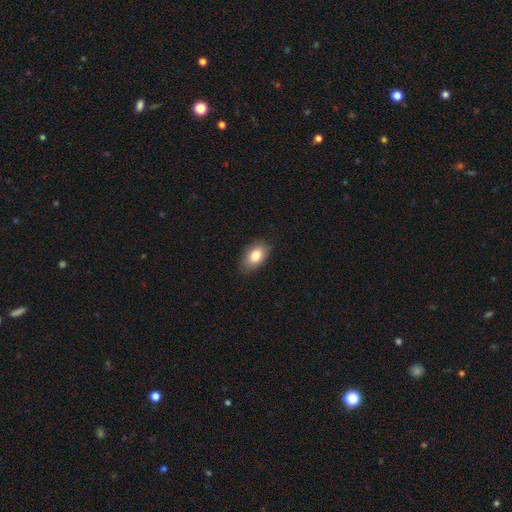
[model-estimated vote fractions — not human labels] Q: Smooth or featured?
A: smooth (82%); runner-up: featured or disk (10%)
Q: How rounded?
A: in between (91%); runner-up: round (7%)
Q: Merging?
A: none (83%); runner-up: minor disturbance (14%)